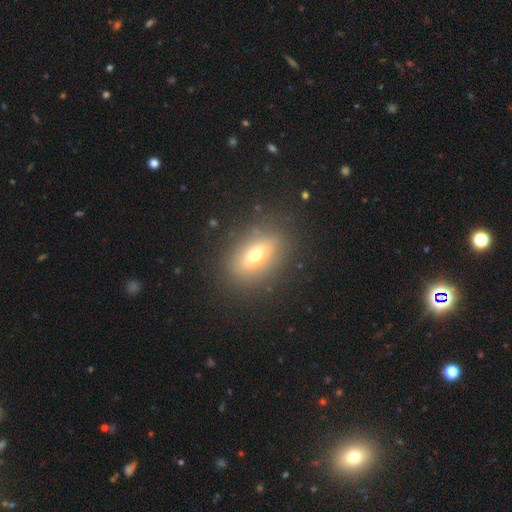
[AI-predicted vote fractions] A smooth galaxy with no disk features (58%) that is in between round and cigar-shaped (76%). Merging: none (84%).